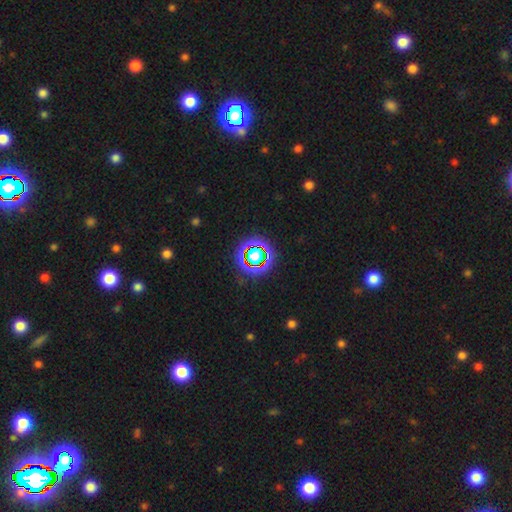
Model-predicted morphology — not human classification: smooth-or-featured: star or artifact: 63% | smooth: 24% | featured or disk: 13%